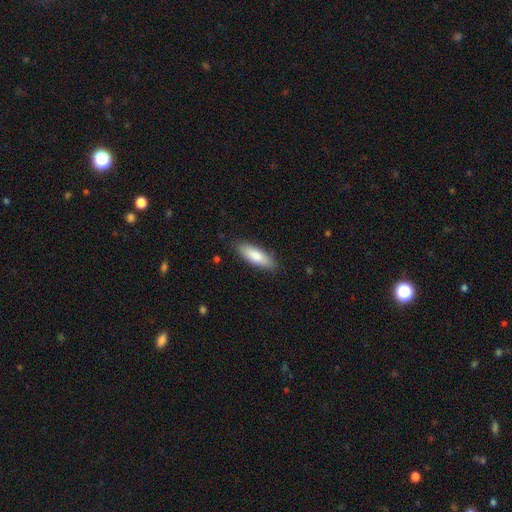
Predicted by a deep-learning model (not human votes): smooth-or-featured: smooth: 82% | featured or disk: 12% | star or artifact: 6%
  how-rounded: in between: 53% | cigar-shaped: 46% | round: 2%
  merging: none: 87% | minor disturbance: 10% | major disturbance: 2% | merger: 1%